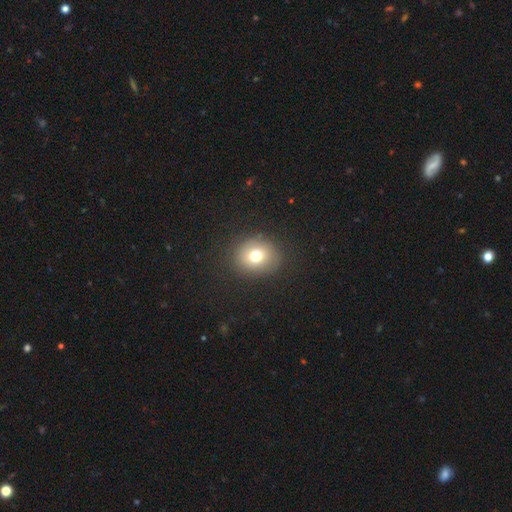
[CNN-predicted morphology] Smooth or featured: smooth — 73% (star or artifact — 14%)
How rounded: round — 72% (in between — 27%)
Merging: none — 87% (minor disturbance — 8%)